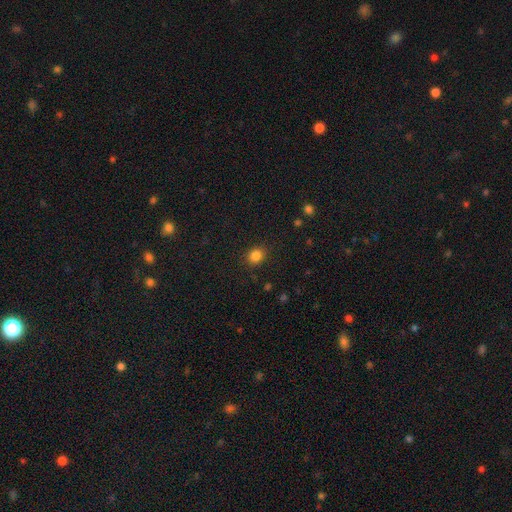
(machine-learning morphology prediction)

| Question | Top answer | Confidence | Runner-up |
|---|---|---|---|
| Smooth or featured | smooth | 84% | star or artifact (12%) |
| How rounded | round | 70% | in between (29%) |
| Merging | none | 88% | minor disturbance (9%) |